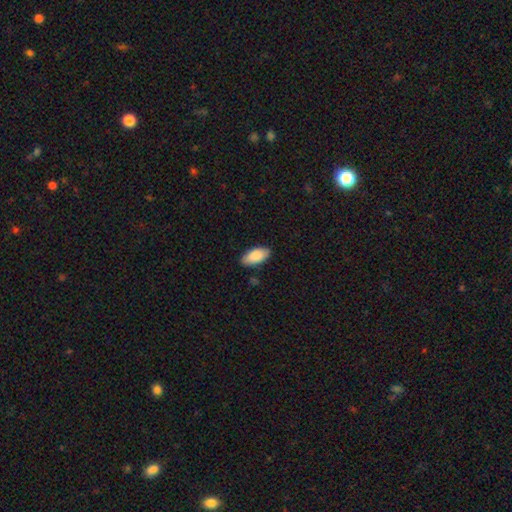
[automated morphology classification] Q: Smooth or featured?
A: smooth (88%); runner-up: featured or disk (6%)
Q: How rounded?
A: in between (93%); runner-up: cigar-shaped (5%)
Q: Merging?
A: none (85%); runner-up: minor disturbance (11%)